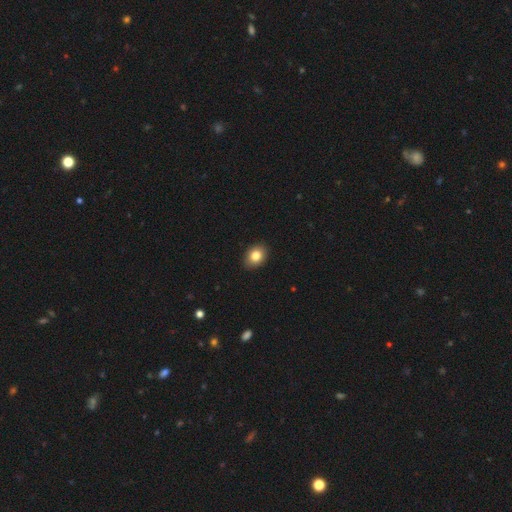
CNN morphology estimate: smooth_or_featured: smooth (p=0.83) [alt: star or artifact p=0.09]
how_rounded: in between (p=0.65) [alt: round p=0.34]
merging: none (p=0.89) [alt: minor disturbance p=0.08]